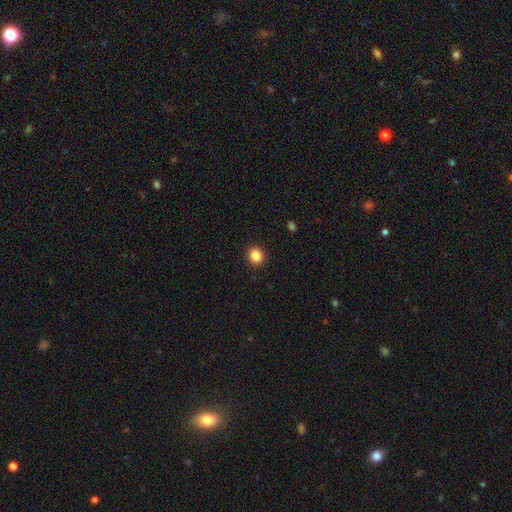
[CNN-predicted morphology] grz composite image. It shows a smooth galaxy with no disk features (87%) that is round (89%). Merging: none (92%).